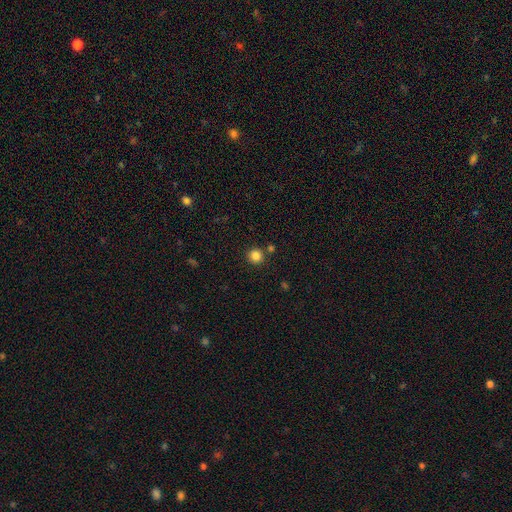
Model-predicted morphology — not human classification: Q: Smooth or featured?
A: smooth (84%); runner-up: star or artifact (12%)
Q: How rounded?
A: round (93%); runner-up: in between (6%)
Q: Merging?
A: none (83%); runner-up: merger (8%)